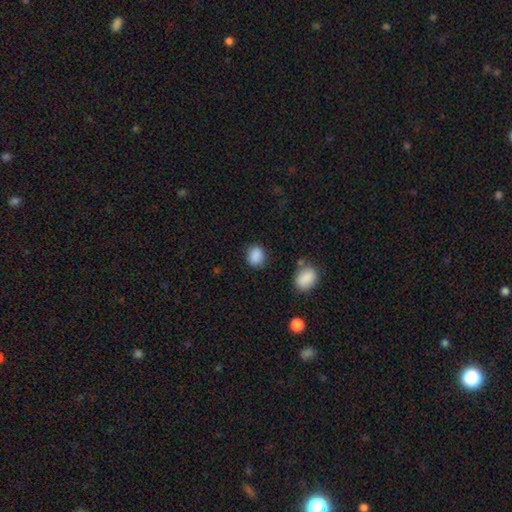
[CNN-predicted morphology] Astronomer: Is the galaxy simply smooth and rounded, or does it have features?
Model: smooth — 88%.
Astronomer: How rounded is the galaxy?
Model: round — 63%.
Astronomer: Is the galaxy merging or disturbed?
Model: none — 81%.